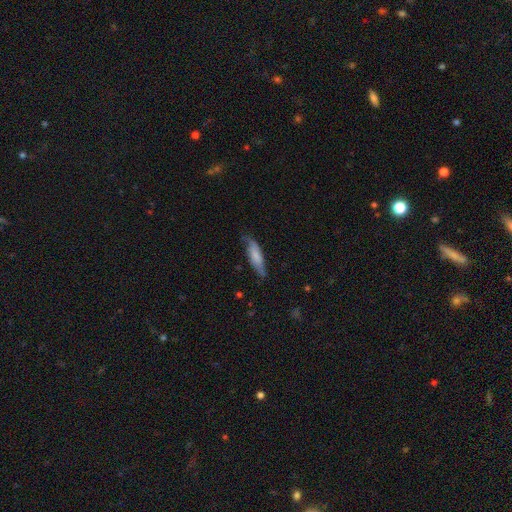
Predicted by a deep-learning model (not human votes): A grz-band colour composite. It shows a smooth galaxy with no disk features (60%) that is cigar-shaped (59%). Merging: none (65%).